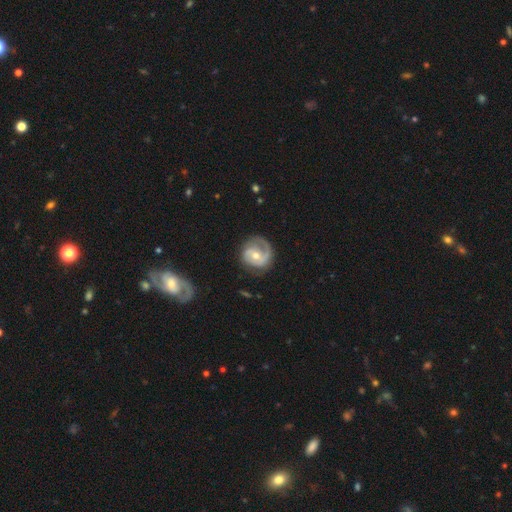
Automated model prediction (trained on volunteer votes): Smooth or featured? Predicted: featured or disk (p=0.78). Edge-on disk? Predicted: no (p=0.98). Bar? Predicted: no (p=0.57). Spiral arms? Predicted: yes (p=0.91). Spiral winding? Predicted: medium (p=0.41). Spiral arm count? Predicted: 2 (p=0.51). Bulge size? Predicted: moderate (p=0.56). Merging? Predicted: none (p=0.66).